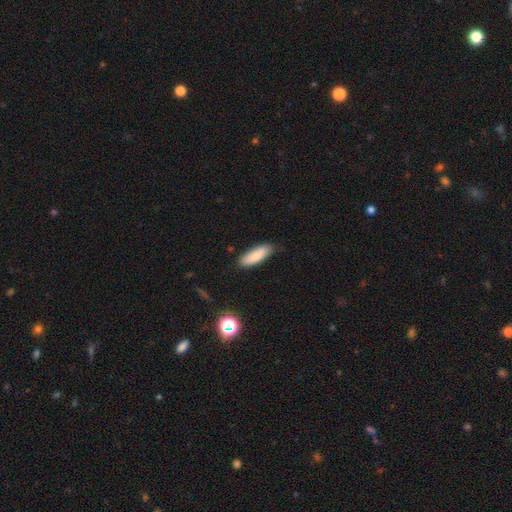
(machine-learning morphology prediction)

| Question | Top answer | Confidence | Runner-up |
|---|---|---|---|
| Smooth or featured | smooth | 83% | featured or disk (10%) |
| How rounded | in between | 63% | cigar-shaped (35%) |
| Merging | none | 81% | minor disturbance (15%) |